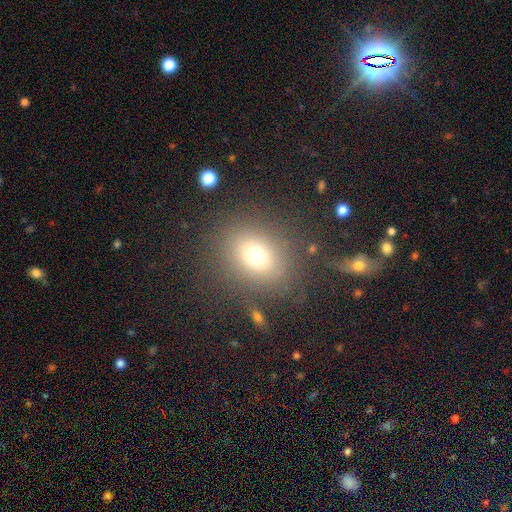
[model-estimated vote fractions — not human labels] smooth 71%, star or artifact 16%, featured or disk 13%. Down the decision tree: how rounded — round (62%); merging — none (80%).